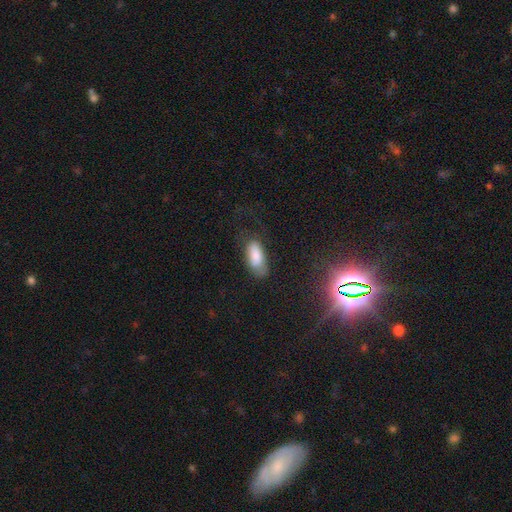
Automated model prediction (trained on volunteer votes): Smooth or featured?
  - smooth: 81% *
  - featured or disk: 12%
  - star or artifact: 7%
How rounded?
  - in between: 87% *
  - cigar-shaped: 10%
  - round: 2%
Merging?
  - none: 56% *
  - minor disturbance: 26%
  - major disturbance: 16%
  - merger: 2%